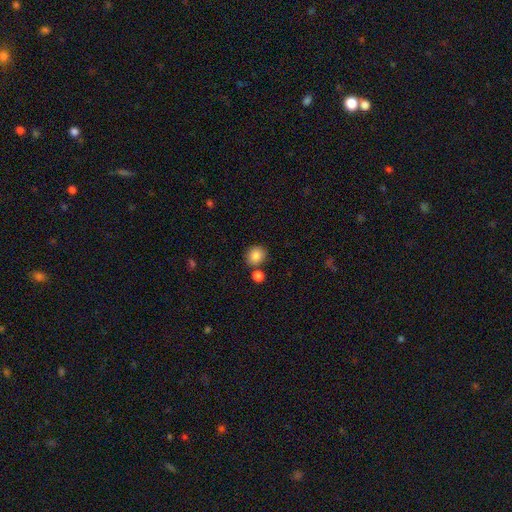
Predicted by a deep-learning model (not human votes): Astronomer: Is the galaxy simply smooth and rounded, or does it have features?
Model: smooth — 85%.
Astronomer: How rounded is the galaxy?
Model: round — 75%.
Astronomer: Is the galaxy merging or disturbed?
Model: none — 75%.